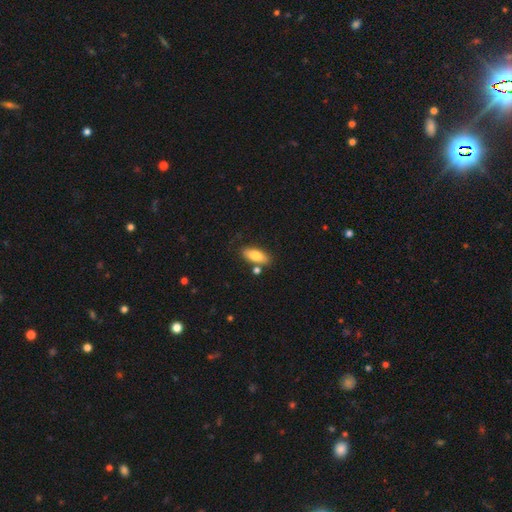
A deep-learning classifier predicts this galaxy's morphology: Q: Smooth or featured?
A: smooth (80%); runner-up: featured or disk (13%)
Q: How rounded?
A: in between (81%); runner-up: cigar-shaped (16%)
Q: Merging?
A: none (78%); runner-up: minor disturbance (12%)